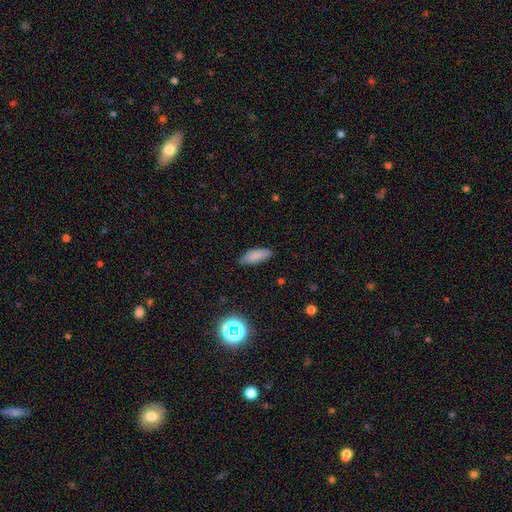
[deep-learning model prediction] smooth 84%, star or artifact 9%, featured or disk 8%. Down the decision tree: how rounded — in between (73%); merging — none (82%).